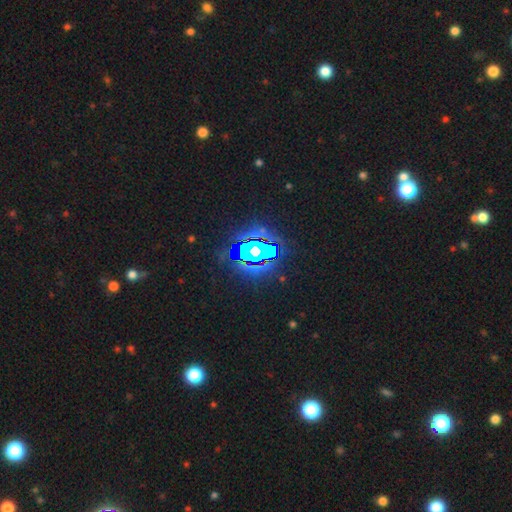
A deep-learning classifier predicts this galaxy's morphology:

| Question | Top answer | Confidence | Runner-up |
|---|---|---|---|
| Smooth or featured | star or artifact | 74% | featured or disk (13%) |